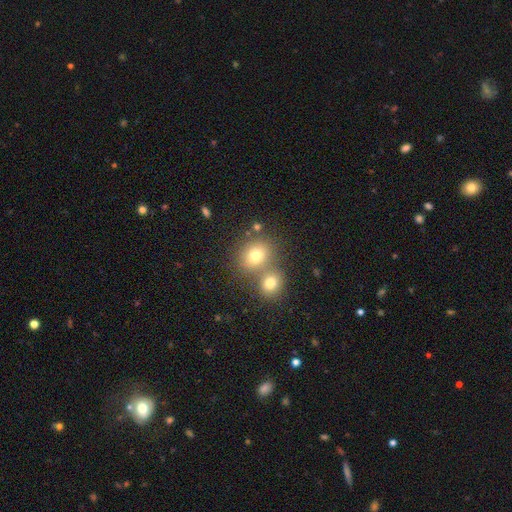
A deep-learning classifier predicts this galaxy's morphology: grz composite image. It shows a smooth galaxy with no disk features (74%) that is round (69%). Merging: none (51%).